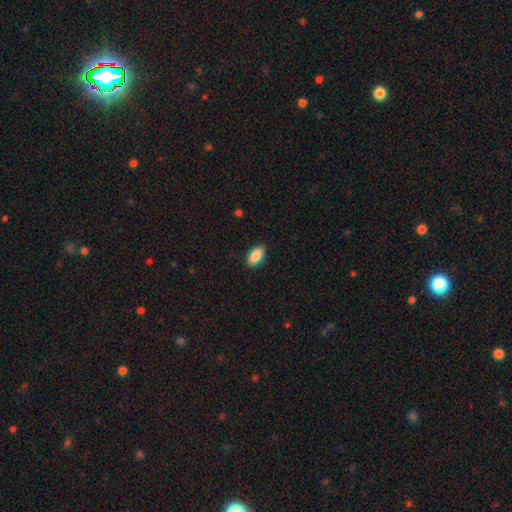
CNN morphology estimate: This is clearly a smooth galaxy (88%). How rounded: clearly in between (93%). Merging: clearly none (88%).